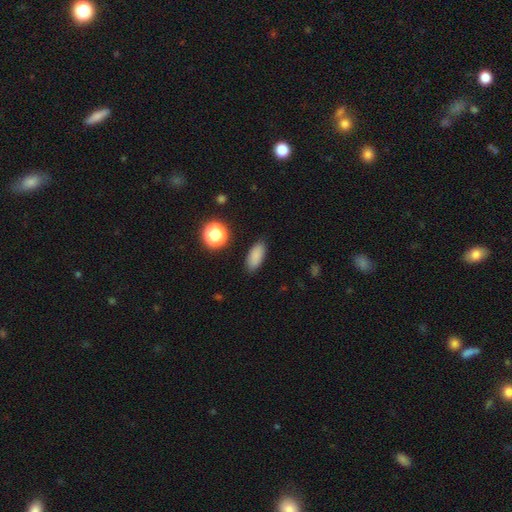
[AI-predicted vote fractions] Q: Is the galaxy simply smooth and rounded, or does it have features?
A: smooth — 84%.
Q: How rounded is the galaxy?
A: in between — 85%.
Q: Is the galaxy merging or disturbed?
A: none — 86%.